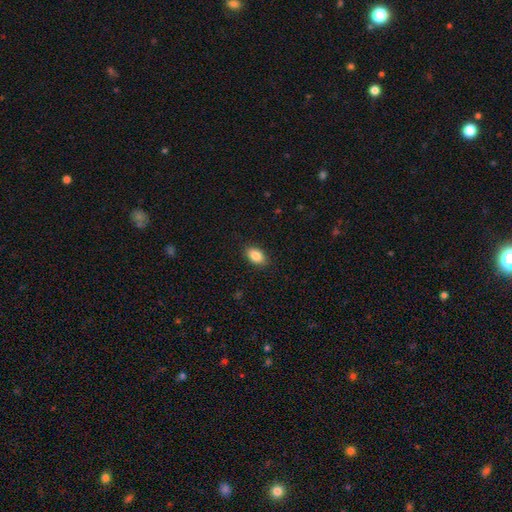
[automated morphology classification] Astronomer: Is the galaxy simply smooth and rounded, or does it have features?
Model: smooth — 86%.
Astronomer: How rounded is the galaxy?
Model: in between — 90%.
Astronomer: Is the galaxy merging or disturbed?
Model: none — 88%.